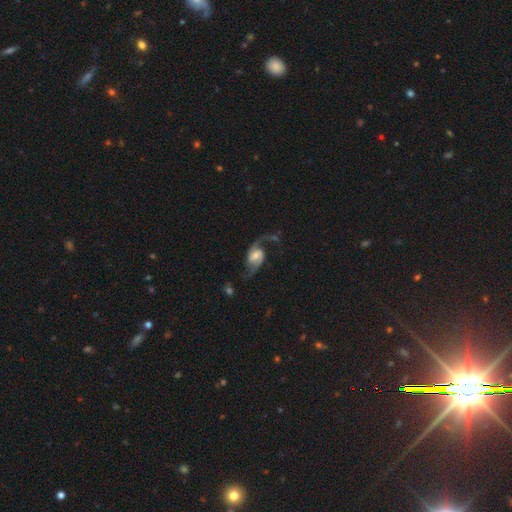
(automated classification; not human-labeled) Overall: featured or disk (88%). Edge-on disk: no (97%). Bar: weak (51%; no 29%). Spiral arms: yes (97%). Spiral arm count: 2 (92%). Spiral winding: loose (64%; medium 30%). Bulge size: moderate (41%; small 34%). Merging: none (66%).